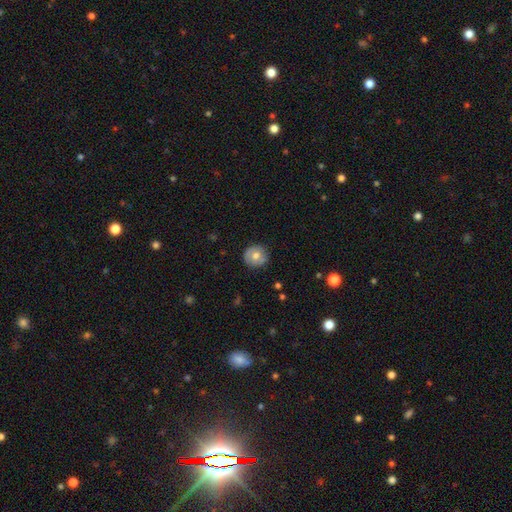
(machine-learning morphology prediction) A smooth galaxy with no disk features (66%) that is round (87%). Merging: none (82%).